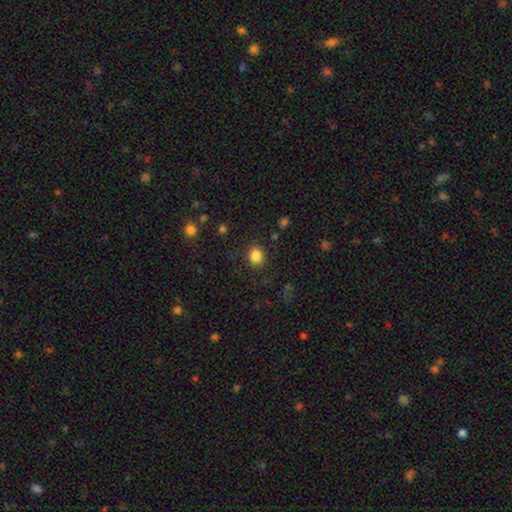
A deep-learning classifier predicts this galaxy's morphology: Overall: smooth (85%). How rounded: round (72%). Merging: none (86%).